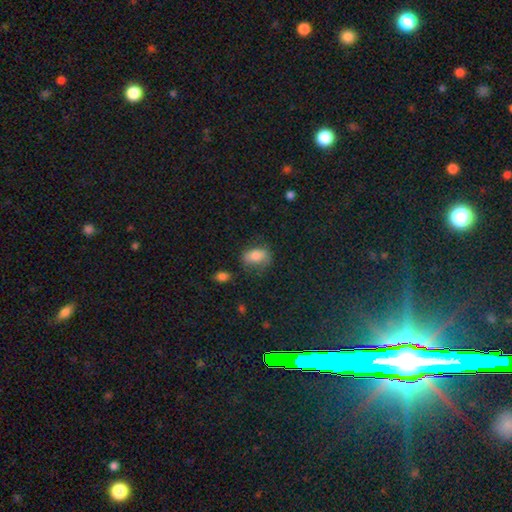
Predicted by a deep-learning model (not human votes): A smooth galaxy with no disk features (79%) that is in between round and cigar-shaped (84%).

Vote fractions:
- Smooth or featured? smooth: 79% / featured or disk: 11% / star or artifact: 10%
- How rounded? in between: 84% / round: 14% / cigar-shaped: 2%
- Merging? none: 60% / minor disturbance: 26% / major disturbance: 10% / merger: 3%